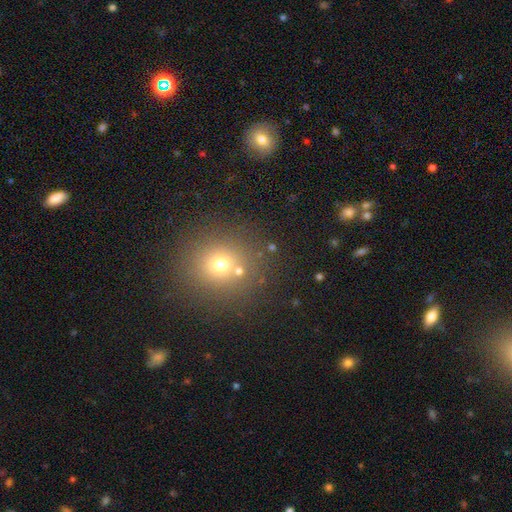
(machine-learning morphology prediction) Smooth or featured? smooth (59%)
How rounded? round (88%)
Merging? none (75%)